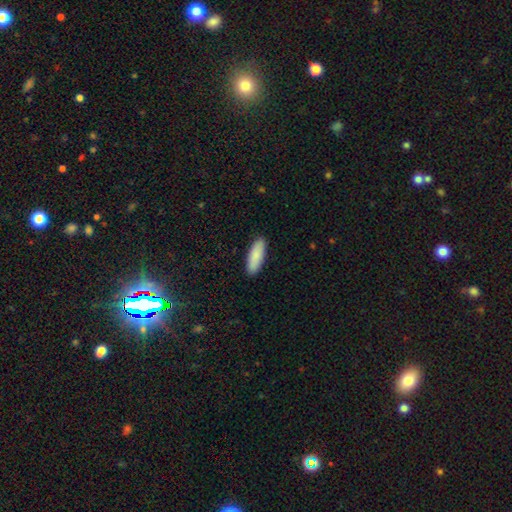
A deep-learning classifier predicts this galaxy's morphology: A smooth galaxy with no disk features (88%) that is in between round and cigar-shaped (62%). Merging: none (90%).